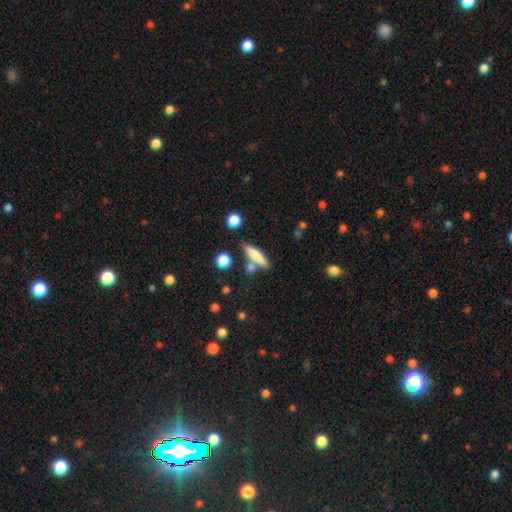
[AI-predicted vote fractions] smooth 74%, featured or disk 19%, star or artifact 7%. Down the decision tree: how rounded — cigar-shaped (78%); merging — none (71%).